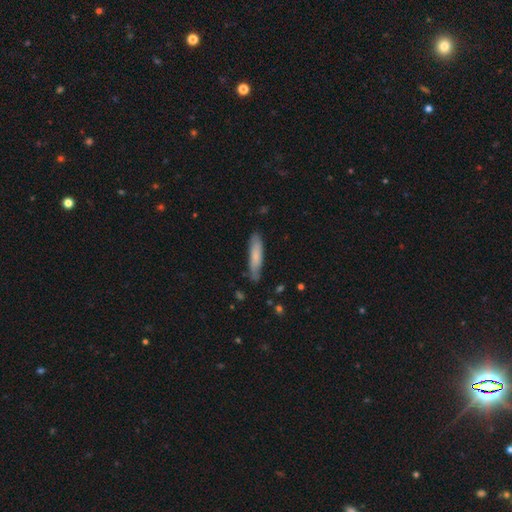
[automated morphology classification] Q: Smooth or featured?
A: smooth (75%); runner-up: featured or disk (19%)
Q: How rounded?
A: cigar-shaped (81%); runner-up: in between (18%)
Q: Merging?
A: none (78%); runner-up: minor disturbance (18%)